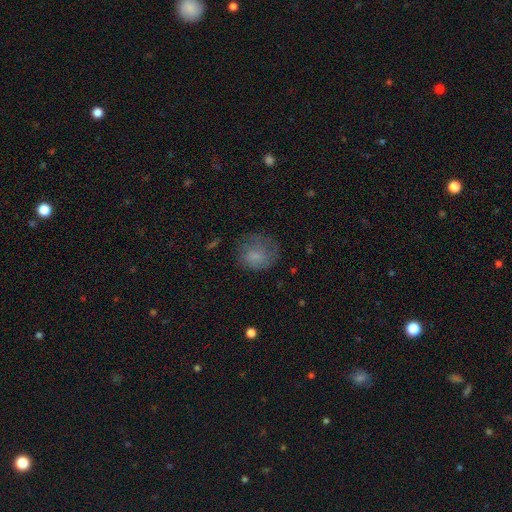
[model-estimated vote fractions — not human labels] This appears to be a smooth galaxy with no disk features (73%) that is round (70%). Merging: none (56%).